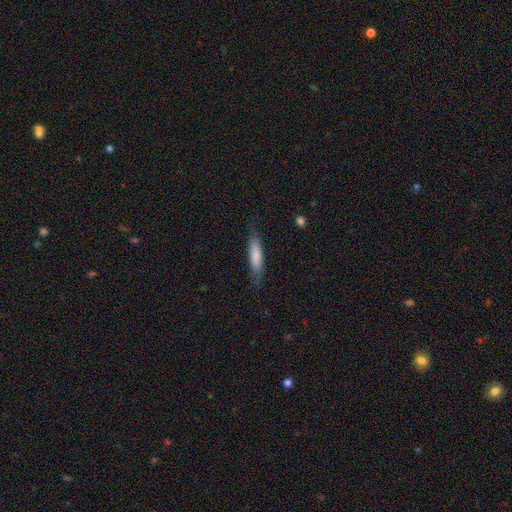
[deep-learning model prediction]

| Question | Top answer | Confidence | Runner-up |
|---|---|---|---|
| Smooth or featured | smooth | 74% | featured or disk (21%) |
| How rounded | cigar-shaped | 80% | in between (18%) |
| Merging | none | 78% | minor disturbance (16%) |